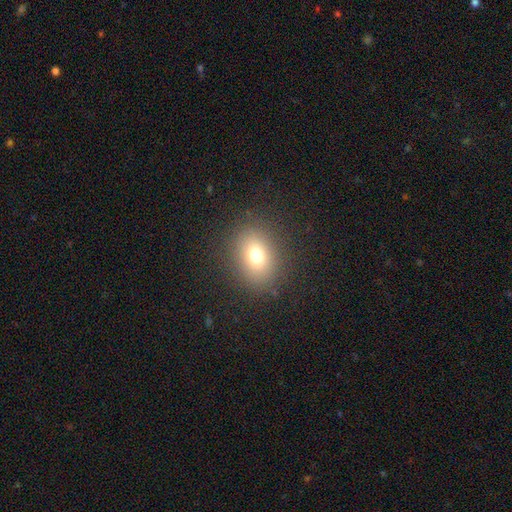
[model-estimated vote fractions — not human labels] Overall: smooth (73%). How rounded: in between (56%; round 43%). Merging: none (86%).